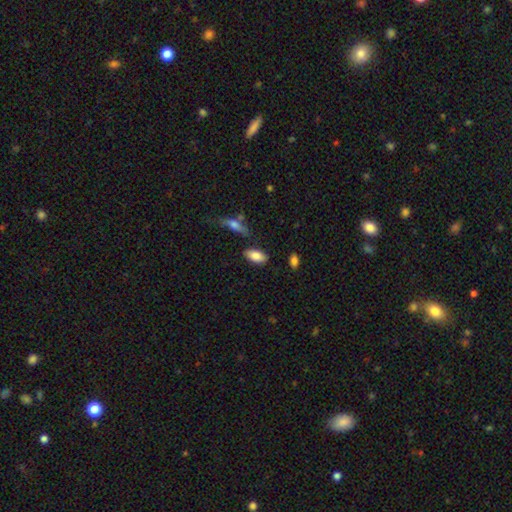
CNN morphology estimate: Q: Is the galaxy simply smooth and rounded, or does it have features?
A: smooth — 84%.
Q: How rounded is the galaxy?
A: in between — 92%.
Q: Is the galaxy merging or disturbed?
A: none — 75%.